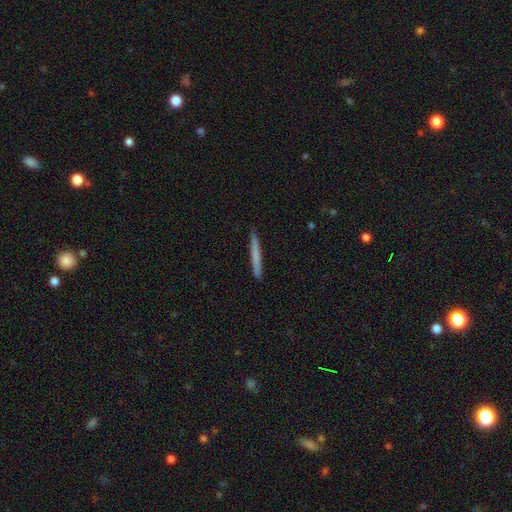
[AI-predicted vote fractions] This appears to be a smooth galaxy with no disk features (68%) that is cigar-shaped (97%). Merging: none (91%).